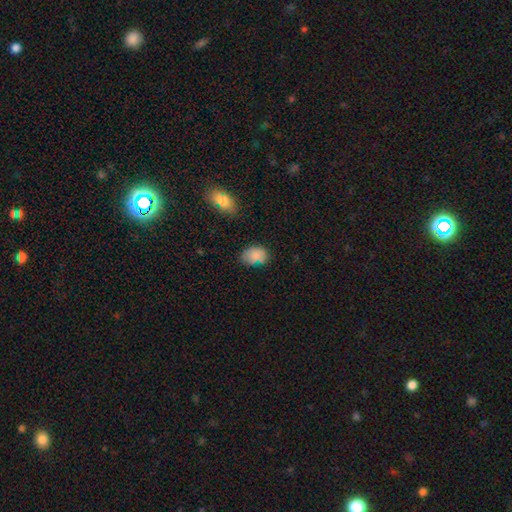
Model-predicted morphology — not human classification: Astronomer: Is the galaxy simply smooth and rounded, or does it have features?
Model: smooth — 84%.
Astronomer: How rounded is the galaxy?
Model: in between — 76%.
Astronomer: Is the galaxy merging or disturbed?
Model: none — 68%.